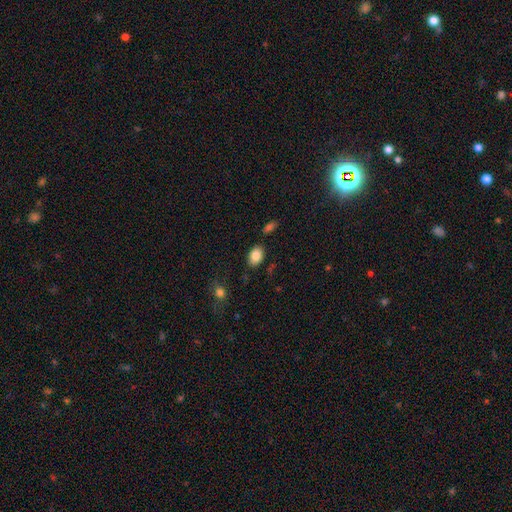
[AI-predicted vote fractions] Overall: smooth (86%). How rounded: in between (87%). Merging: none (83%).